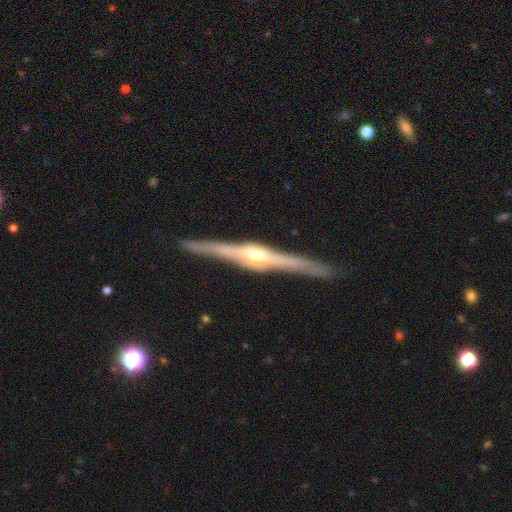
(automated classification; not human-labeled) Morphology: type=featured or disk (89%); edge-on=yes (98%); edge-on bulge=rounded (70%); merging=none (91%).